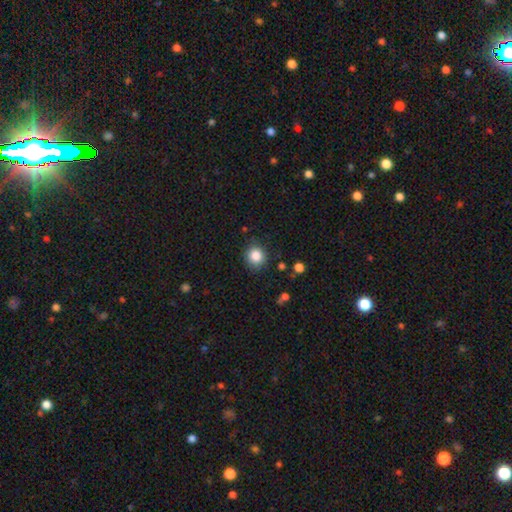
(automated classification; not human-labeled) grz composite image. It shows a smooth galaxy with no disk features (85%) that is round (85%). Merging: none (85%).